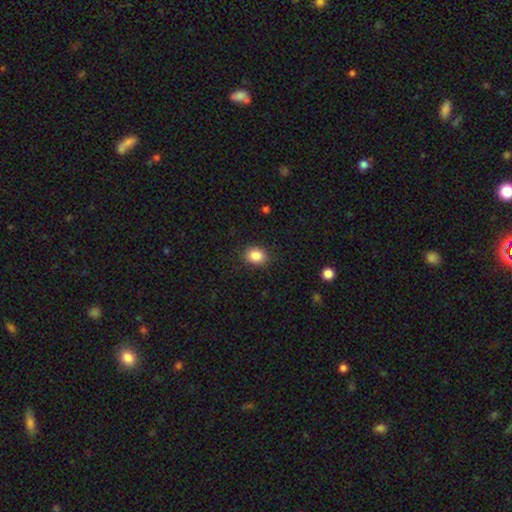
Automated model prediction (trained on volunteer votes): A smooth galaxy with no disk features (86%) that is round (53%).

Vote fractions:
- Smooth or featured? smooth: 86% / star or artifact: 9% / featured or disk: 5%
- How rounded? round: 53% / in between: 46% / cigar-shaped: 1%
- Merging? none: 88% / minor disturbance: 9% / major disturbance: 3% / merger: 1%